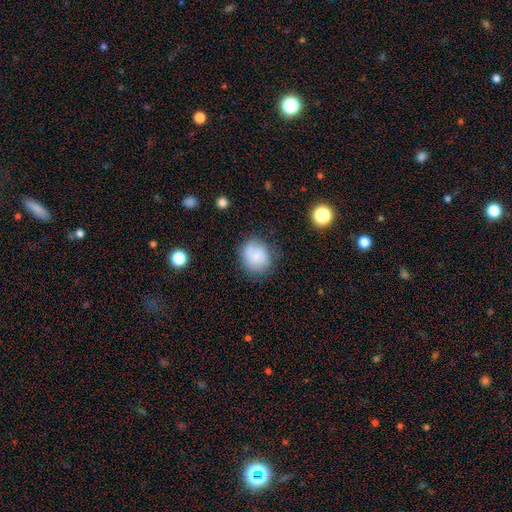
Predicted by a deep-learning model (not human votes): smooth_or_featured: smooth (p=0.73) [alt: featured or disk p=0.17]
how_rounded: round (p=0.68) [alt: in between p=0.31]
merging: none (p=0.72) [alt: minor disturbance p=0.19]